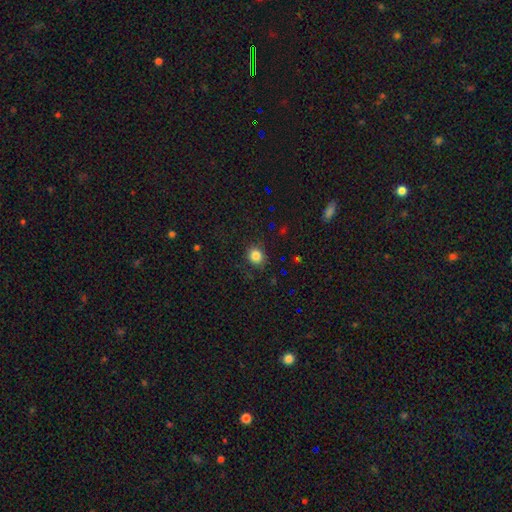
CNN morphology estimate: smooth 82%, star or artifact 13%, featured or disk 6%. Down the decision tree: how rounded — round (77%); merging — none (83%).